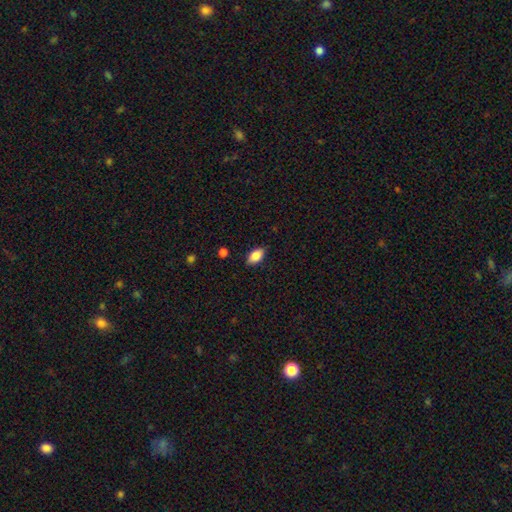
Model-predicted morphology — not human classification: Smooth or featured: smooth — 85% (featured or disk — 8%)
How rounded: in between — 91% (round — 6%)
Merging: none — 84% (minor disturbance — 12%)